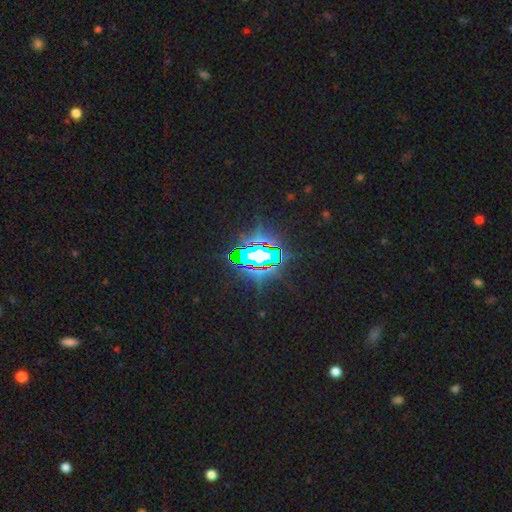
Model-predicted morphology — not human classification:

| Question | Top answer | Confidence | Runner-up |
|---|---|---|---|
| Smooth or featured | star or artifact | 78% | featured or disk (12%) |